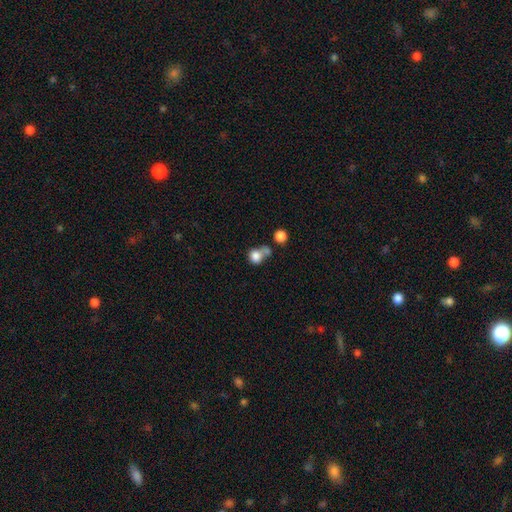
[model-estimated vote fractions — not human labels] Smooth or featured?
  - smooth: 82% *
  - star or artifact: 10%
  - featured or disk: 9%
How rounded?
  - round: 77% *
  - in between: 22%
  - cigar-shaped: 1%
Merging?
  - merger: 40% *
  - none: 38%
  - minor disturbance: 13%
  - major disturbance: 9%